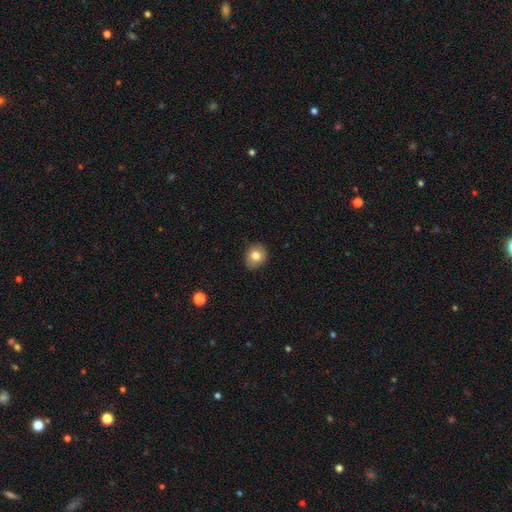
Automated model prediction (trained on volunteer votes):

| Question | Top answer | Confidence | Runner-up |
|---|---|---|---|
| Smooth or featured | smooth | 79% | featured or disk (11%) |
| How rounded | round | 68% | in between (32%) |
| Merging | none | 87% | minor disturbance (10%) |